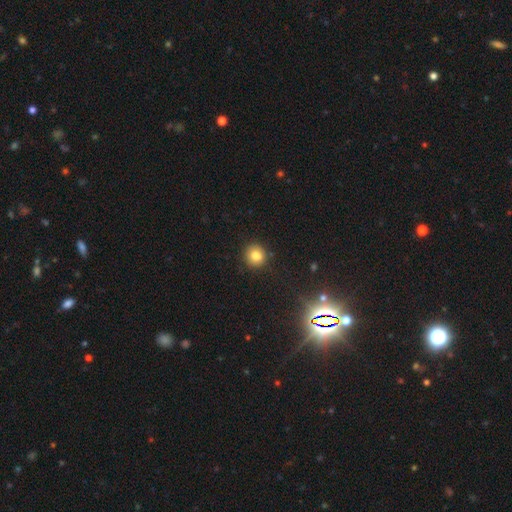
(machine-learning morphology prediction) A smooth galaxy with no disk features (82%) that is round (88%).

Vote fractions:
- Smooth or featured? smooth: 82% / star or artifact: 12% / featured or disk: 6%
- How rounded? round: 88% / in between: 11% / cigar-shaped: 1%
- Merging? none: 88% / minor disturbance: 8% / major disturbance: 2% / merger: 2%